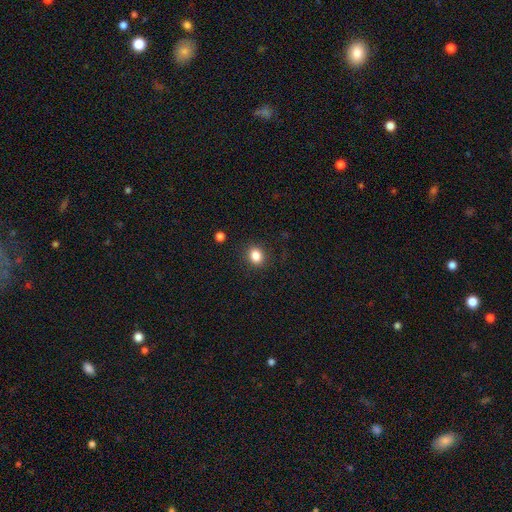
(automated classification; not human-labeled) Smooth or featured? Predicted: smooth (p=0.84). How rounded? Predicted: round (p=0.64). Merging? Predicted: none (p=0.89).